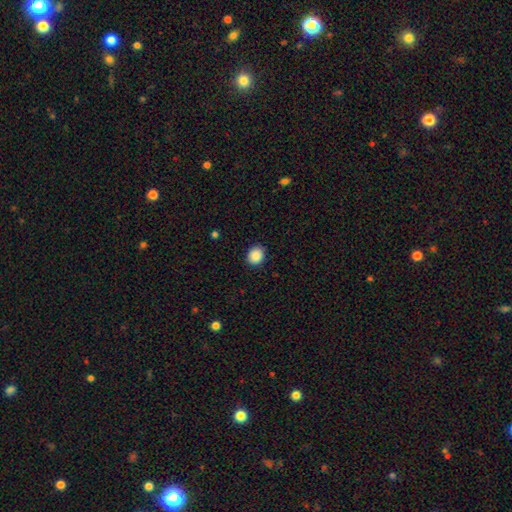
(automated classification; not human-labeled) Smooth or featured?
  - smooth: 88% *
  - star or artifact: 9%
  - featured or disk: 3%
How rounded?
  - round: 69% *
  - in between: 31%
  - cigar-shaped: 1%
Merging?
  - none: 89% *
  - minor disturbance: 8%
  - major disturbance: 2%
  - merger: 1%